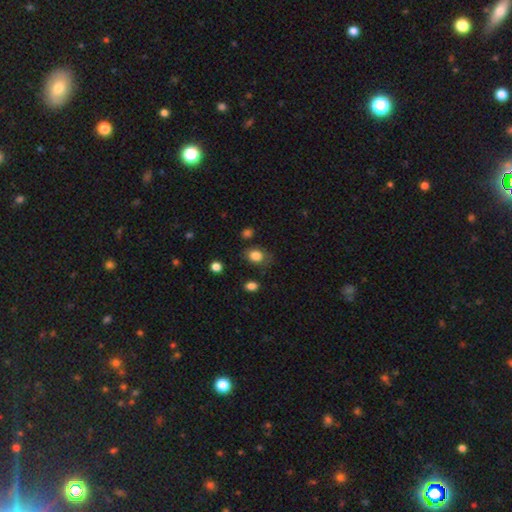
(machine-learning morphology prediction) smooth 84%, star or artifact 10%, featured or disk 6%. Down the decision tree: how rounded — in between (60%); merging — none (70%).